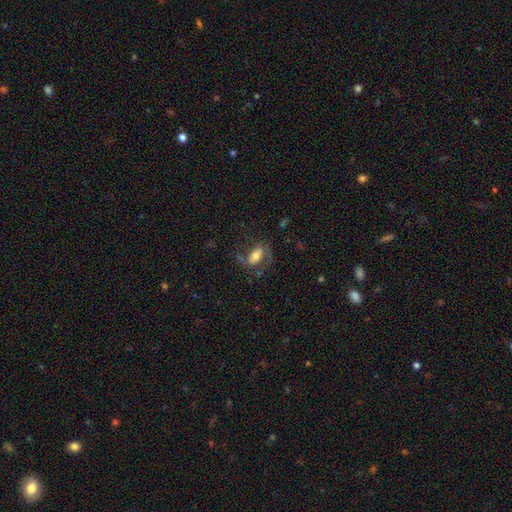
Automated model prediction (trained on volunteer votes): Smooth or featured? Predicted: featured or disk (p=0.50). Edge-on disk? Predicted: no (p=0.92). Merging? Predicted: none (p=0.55).